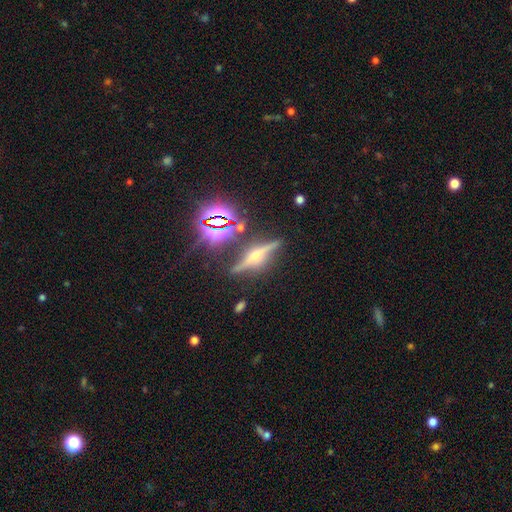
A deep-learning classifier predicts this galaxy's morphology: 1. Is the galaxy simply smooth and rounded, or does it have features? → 72% featured or disk, 18% star or artifact, 10% smooth.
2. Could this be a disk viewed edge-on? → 93% yes, 7% no.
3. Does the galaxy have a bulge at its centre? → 91% rounded, 6% boxy, 3% none.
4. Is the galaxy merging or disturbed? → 81% none, 12% minor disturbance, 4% major disturbance, 3% merger.